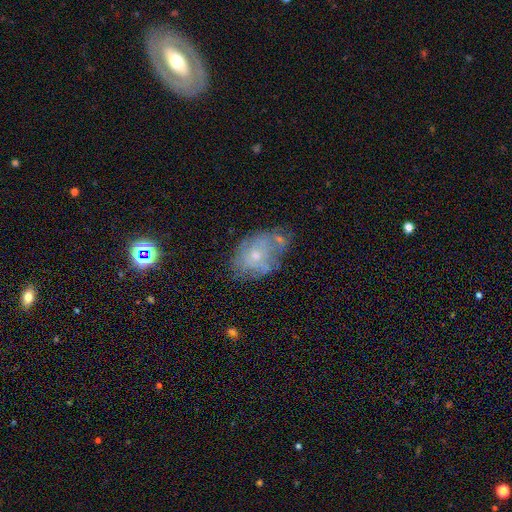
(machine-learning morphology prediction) smooth_or_featured: featured or disk (p=0.52) [alt: smooth p=0.36]
disk_edge_on: no (p=0.95) [alt: yes p=0.05]
merging: none (p=0.46) [alt: minor disturbance p=0.28]